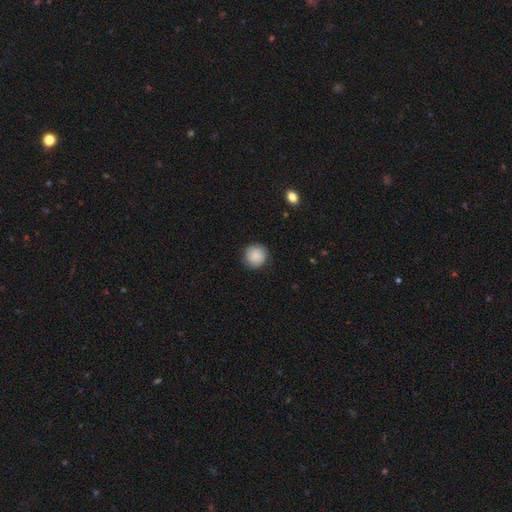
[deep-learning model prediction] smooth 88%, star or artifact 7%, featured or disk 5%. Down the decision tree: how rounded — round (94%); merging — none (88%).